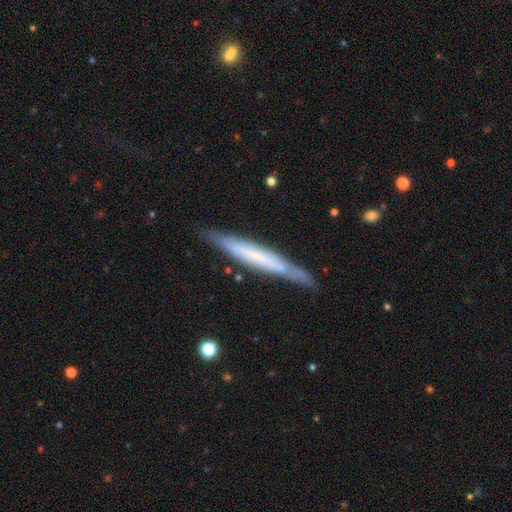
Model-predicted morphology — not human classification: smooth-or-featured: featured or disk: 50% | smooth: 44% | star or artifact: 6%
  disk-edge-on: yes: 91% | no: 9%
  merging: none: 82% | minor disturbance: 13% | major disturbance: 2% | merger: 2%